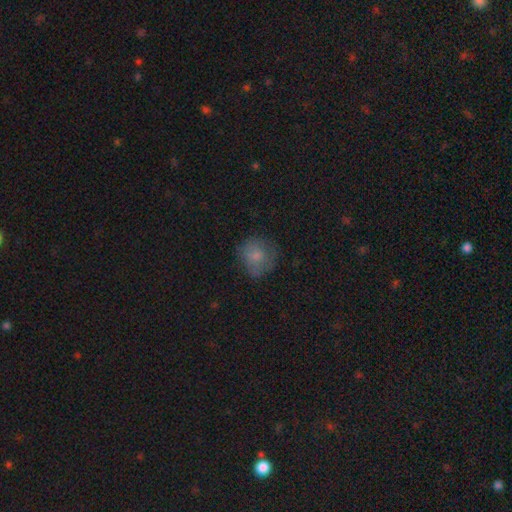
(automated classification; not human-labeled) This is likely a smooth galaxy (73%). How rounded: clearly round (81%). Merging: likely none (63%).